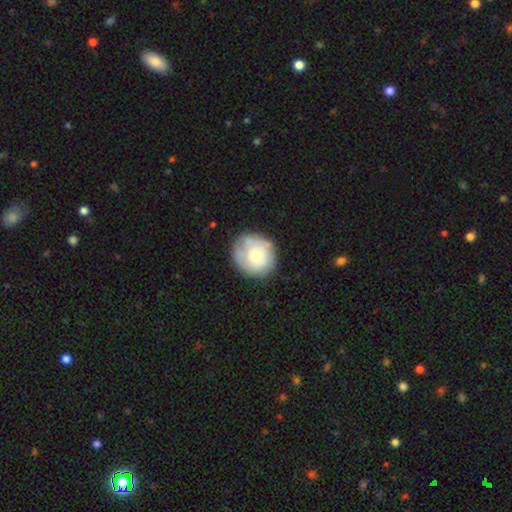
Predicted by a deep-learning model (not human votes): smooth-or-featured: smooth: 52% | featured or disk: 41% | star or artifact: 7%
  how-rounded: round: 83% | in between: 16% | cigar-shaped: 1%
  merging: none: 68% | minor disturbance: 21% | major disturbance: 8% | merger: 3%